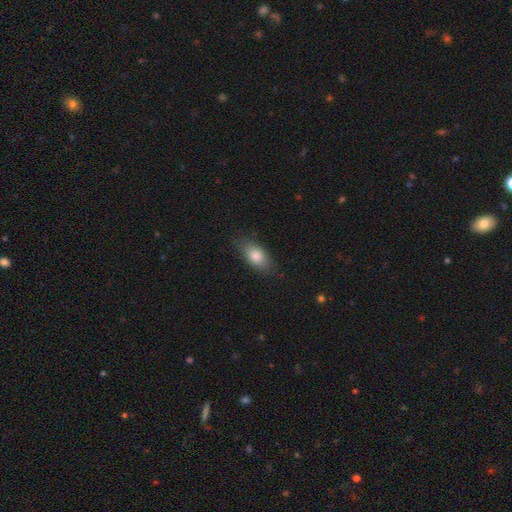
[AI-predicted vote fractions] A smooth galaxy with no disk features (82%) that is in between round and cigar-shaped (86%).

Vote fractions:
- Smooth or featured? smooth: 82% / featured or disk: 11% / star or artifact: 7%
- How rounded? in between: 86% / cigar-shaped: 8% / round: 6%
- Merging? none: 79% / minor disturbance: 16% / major disturbance: 4% / merger: 1%